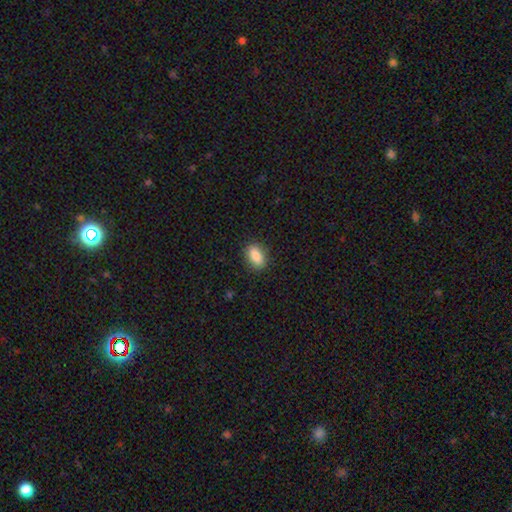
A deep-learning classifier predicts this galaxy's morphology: smooth-or-featured: smooth: 87% | star or artifact: 7% | featured or disk: 5%
  how-rounded: in between: 87% | round: 7% | cigar-shaped: 6%
  merging: none: 87% | minor disturbance: 10% | major disturbance: 3% | merger: 1%